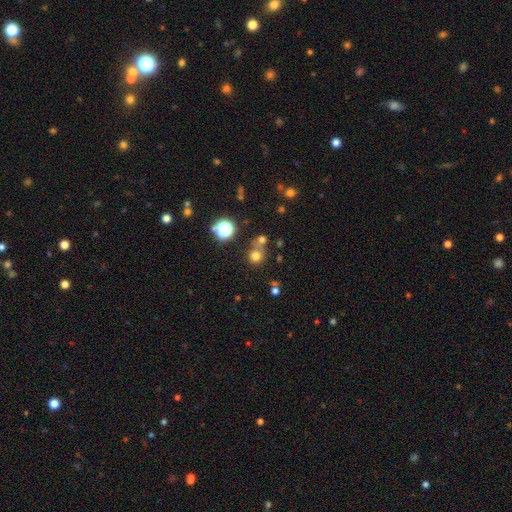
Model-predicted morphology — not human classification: This appears to be a smooth galaxy with no disk features (70%) that is round (88%). Merging: none (58%).